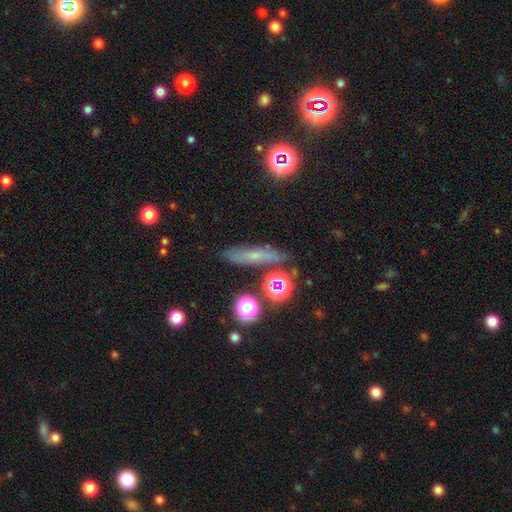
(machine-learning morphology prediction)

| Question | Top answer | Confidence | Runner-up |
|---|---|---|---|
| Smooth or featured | smooth | 46% | featured or disk (33%) |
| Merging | none | 74% | minor disturbance (15%) |